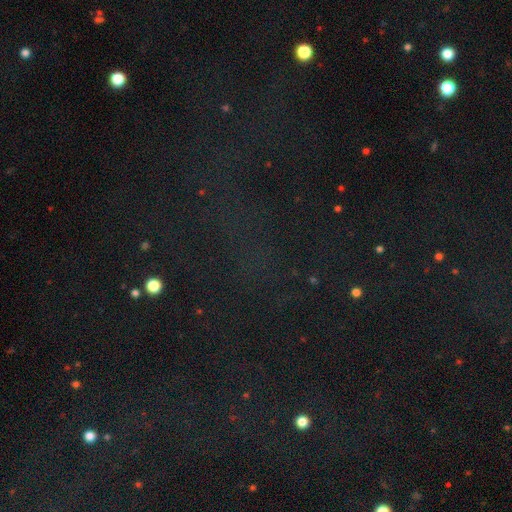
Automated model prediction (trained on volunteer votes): smooth_or_featured: star or artifact (p=0.72) [alt: smooth p=0.18]